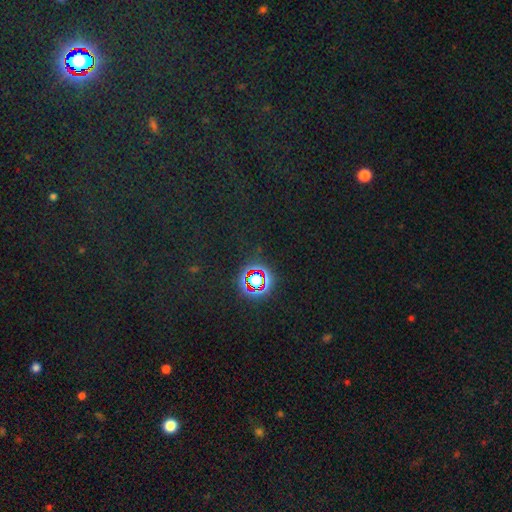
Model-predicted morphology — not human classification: smooth-or-featured: star or artifact: 70% | smooth: 22% | featured or disk: 8%